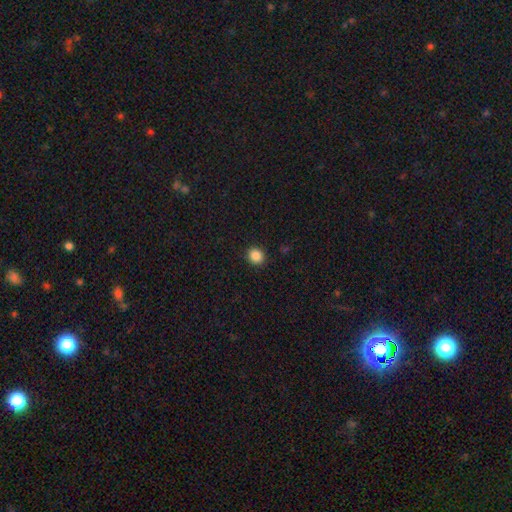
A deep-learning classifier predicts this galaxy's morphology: This appears to be a smooth galaxy with no disk features (87%) that is round (79%). Merging: none (91%).